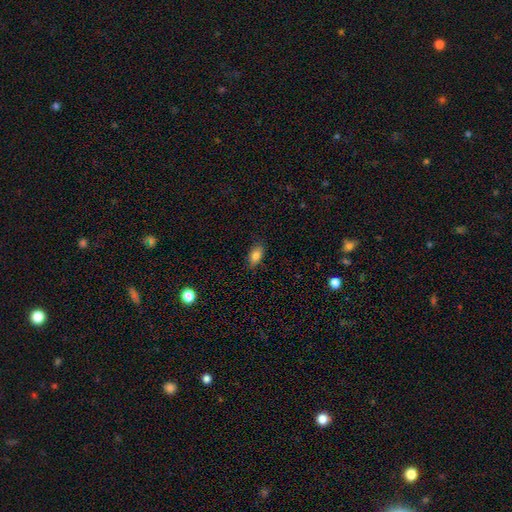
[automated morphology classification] A smooth galaxy with no disk features (83%) that is in between round and cigar-shaped (89%).

Vote fractions:
- Smooth or featured? smooth: 83% / star or artifact: 9% / featured or disk: 9%
- How rounded? in between: 89% / round: 7% / cigar-shaped: 4%
- Merging? none: 85% / minor disturbance: 12% / major disturbance: 2% / merger: 1%